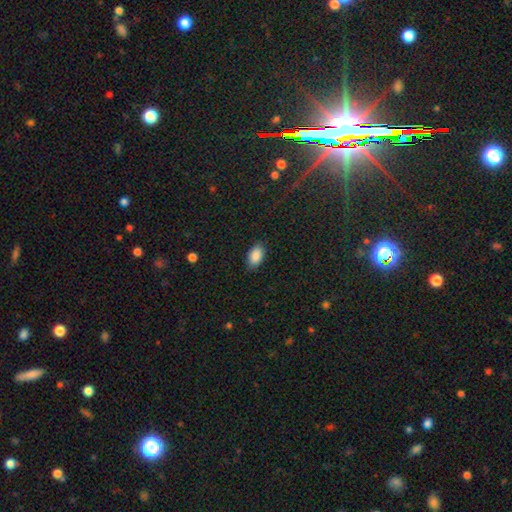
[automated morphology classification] Overall: smooth (89%). How rounded: in between (94%). Merging: none (84%).